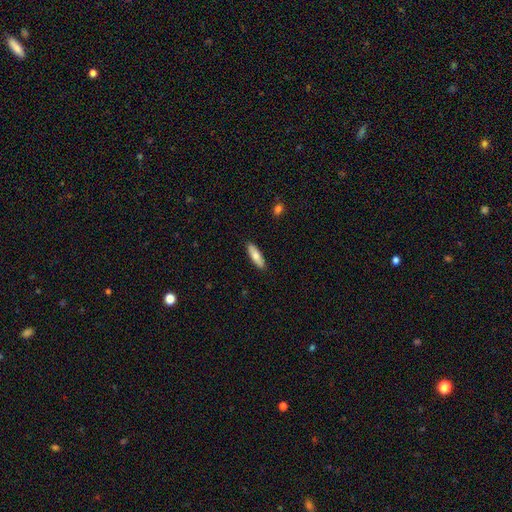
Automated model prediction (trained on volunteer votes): Smooth or featured? smooth (72%)
How rounded? cigar-shaped (53%)
Merging? none (90%)